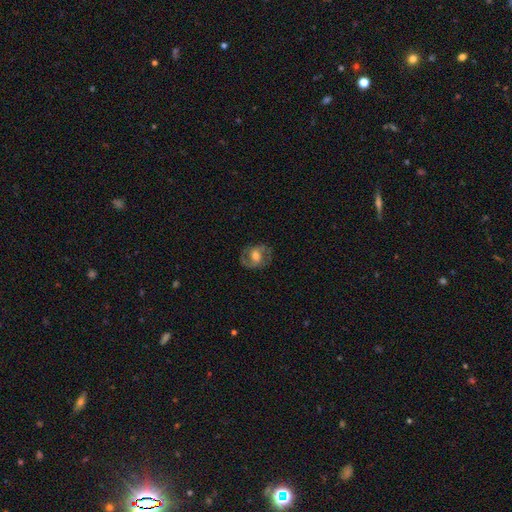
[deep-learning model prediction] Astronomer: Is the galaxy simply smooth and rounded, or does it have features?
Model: featured or disk — 70%.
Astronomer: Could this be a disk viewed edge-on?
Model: no — 96%.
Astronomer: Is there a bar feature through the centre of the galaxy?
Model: weak — 42% (runner-up: no, 40%).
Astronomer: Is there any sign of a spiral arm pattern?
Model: yes — 82%.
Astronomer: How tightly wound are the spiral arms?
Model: medium — 53%.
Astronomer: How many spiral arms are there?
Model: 2 — 87%.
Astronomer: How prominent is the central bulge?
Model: moderate — 66%.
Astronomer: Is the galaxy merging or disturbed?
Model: none — 78%.